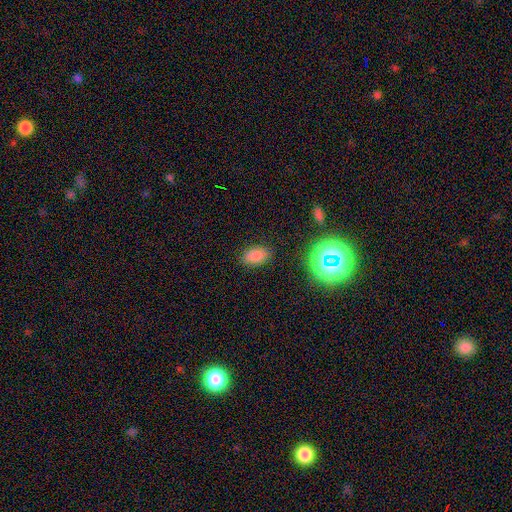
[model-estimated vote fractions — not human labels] Smooth or featured? Predicted: smooth (p=0.80). How rounded? Predicted: in between (p=0.91). Merging? Predicted: none (p=0.84).